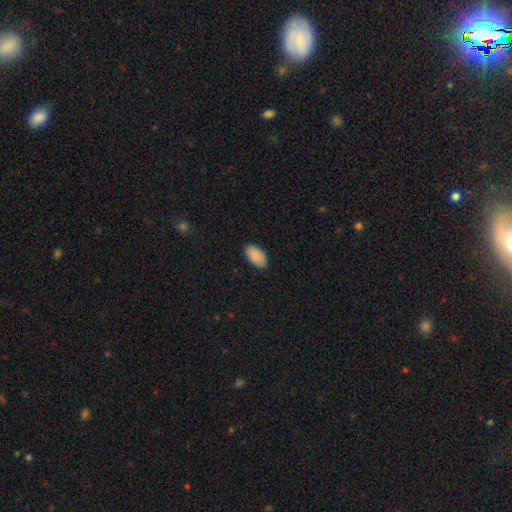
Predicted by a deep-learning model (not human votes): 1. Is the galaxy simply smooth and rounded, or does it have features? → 90% smooth, 6% star or artifact, 4% featured or disk.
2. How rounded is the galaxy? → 95% in between, 3% cigar-shaped, 2% round.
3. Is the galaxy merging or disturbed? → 87% none, 10% minor disturbance, 2% major disturbance, 1% merger.